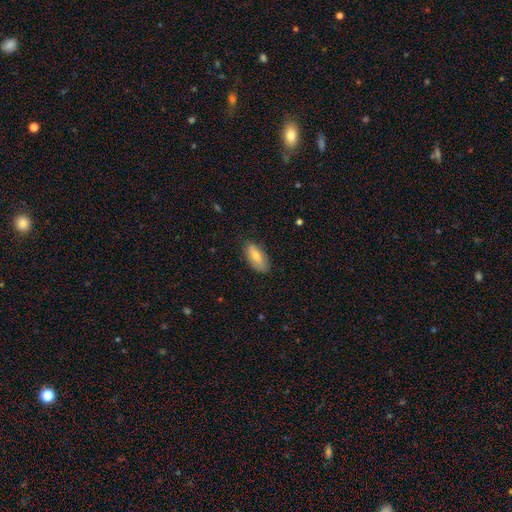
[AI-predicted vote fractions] Morphology: type=smooth (73%); roundness=in between (87%); merging=none (81%).